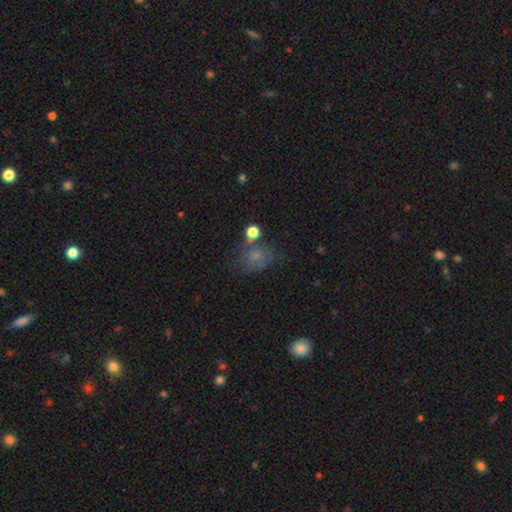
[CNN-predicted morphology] A smooth galaxy with no disk features (56%) that is in between round and cigar-shaped (50%). Merging: none (51%).